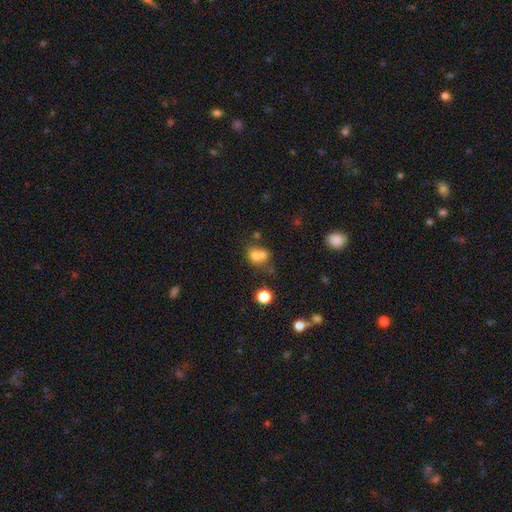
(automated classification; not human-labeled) smooth 71%, featured or disk 15%, star or artifact 14%. Down the decision tree: how rounded — round (65%); merging — merger (53%).